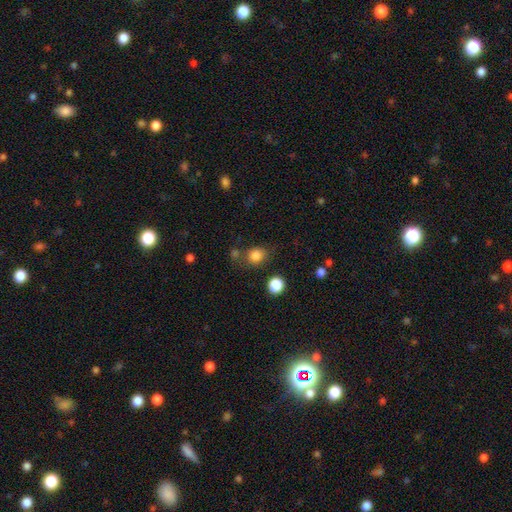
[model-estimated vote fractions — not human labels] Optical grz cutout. It shows a smooth galaxy with no disk features (83%) that is round (67%). Merging: none (71%).